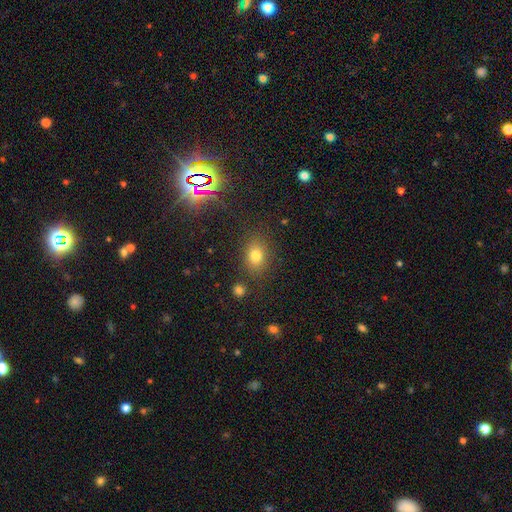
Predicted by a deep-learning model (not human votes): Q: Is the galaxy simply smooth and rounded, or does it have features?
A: smooth — 76%.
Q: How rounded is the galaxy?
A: in between — 65%.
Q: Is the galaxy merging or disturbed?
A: none — 81%.